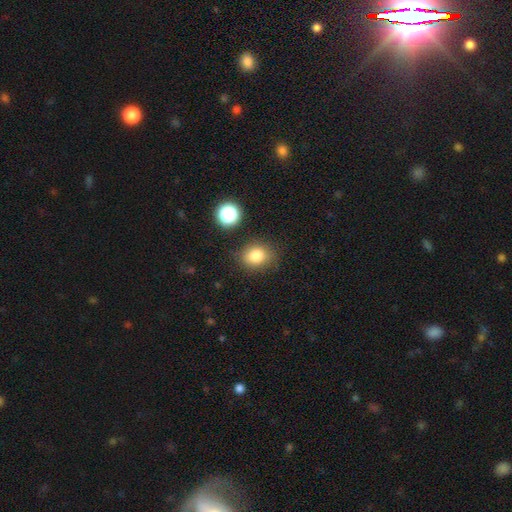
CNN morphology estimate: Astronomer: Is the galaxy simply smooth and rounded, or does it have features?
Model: smooth — 80%.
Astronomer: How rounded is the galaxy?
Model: round — 61% (runner-up: in between, 38%).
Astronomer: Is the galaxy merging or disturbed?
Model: none — 79%.